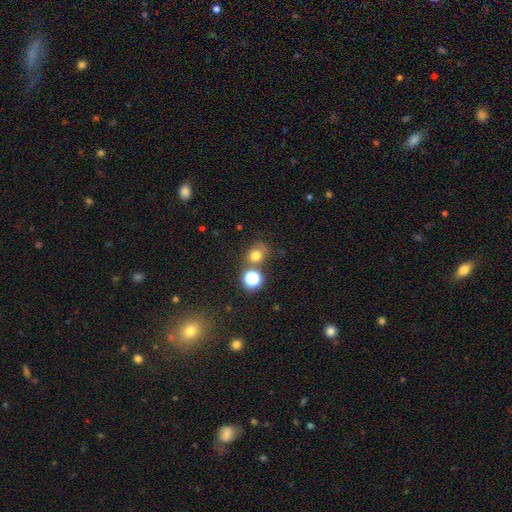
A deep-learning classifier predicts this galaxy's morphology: smooth-or-featured: smooth: 70% | star or artifact: 20% | featured or disk: 10%
  how-rounded: round: 75% | in between: 24% | cigar-shaped: 1%
  merging: none: 59% | merger: 18% | minor disturbance: 15% | major disturbance: 7%